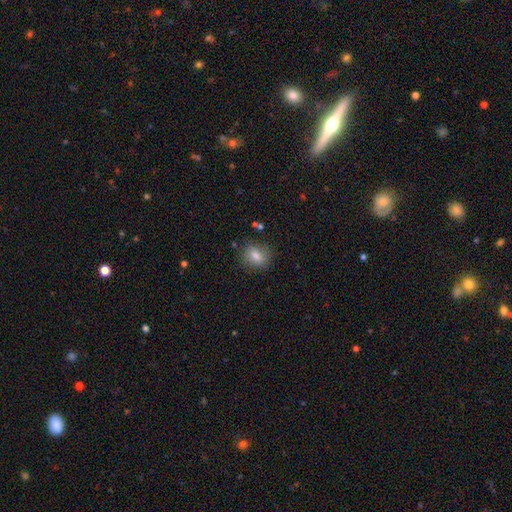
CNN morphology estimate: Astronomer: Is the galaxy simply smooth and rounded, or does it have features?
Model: smooth — 79%.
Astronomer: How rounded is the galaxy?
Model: in between — 51% (runner-up: round, 48%).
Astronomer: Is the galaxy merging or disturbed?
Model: none — 82%.